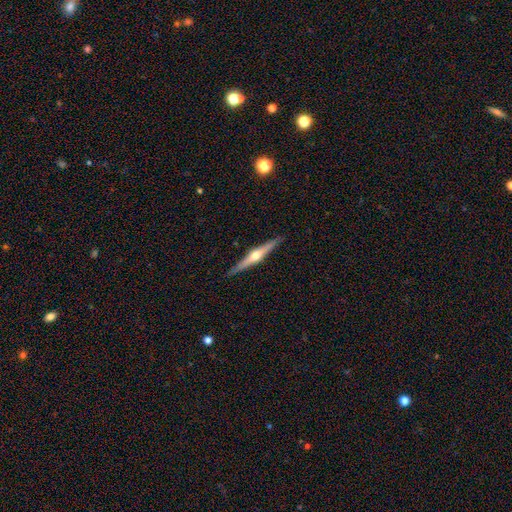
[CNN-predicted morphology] Smooth or featured? featured or disk (75%)
Edge-on disk? yes (98%)
Edge-on bulge? rounded (93%)
Merging? none (91%)